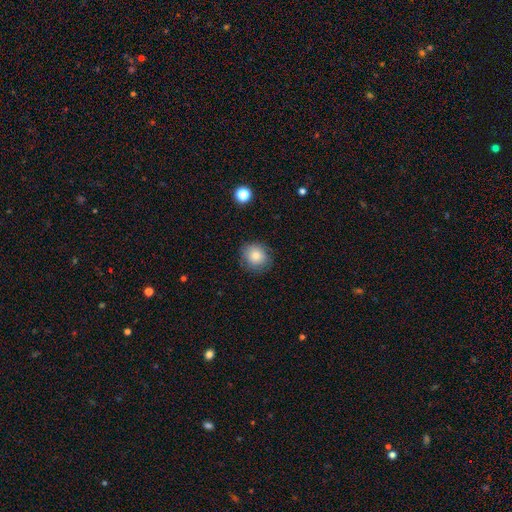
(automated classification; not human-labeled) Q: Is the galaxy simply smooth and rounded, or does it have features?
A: smooth — 81%.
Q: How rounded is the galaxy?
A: round — 82%.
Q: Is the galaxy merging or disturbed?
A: none — 83%.